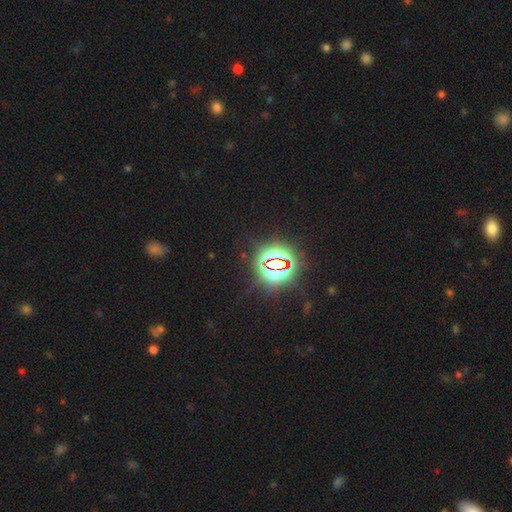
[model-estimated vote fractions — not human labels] Smooth or featured? star or artifact (81%)